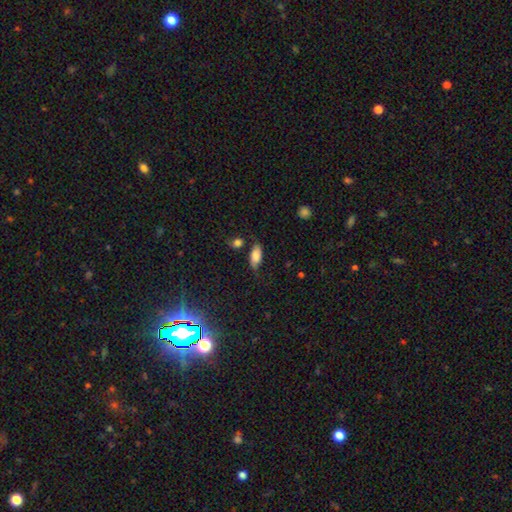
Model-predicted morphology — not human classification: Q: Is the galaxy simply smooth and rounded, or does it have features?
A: smooth — 77%.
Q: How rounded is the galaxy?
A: in between — 89%.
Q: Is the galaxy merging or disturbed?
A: none — 61%.